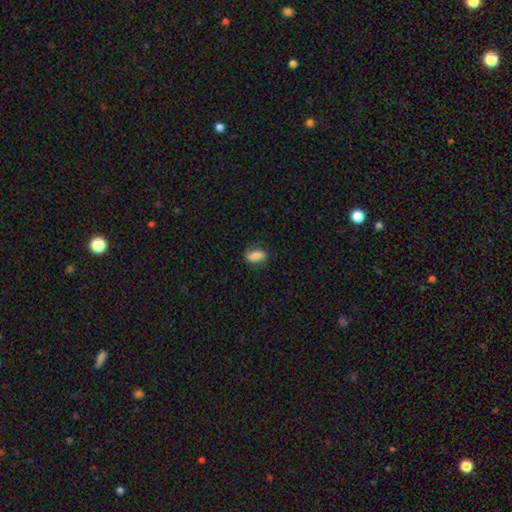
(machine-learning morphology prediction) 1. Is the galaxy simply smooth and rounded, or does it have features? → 60% smooth, 32% featured or disk, 8% star or artifact.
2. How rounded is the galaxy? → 84% in between, 11% round, 5% cigar-shaped.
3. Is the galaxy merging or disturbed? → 71% none, 20% minor disturbance, 8% major disturbance, 1% merger.